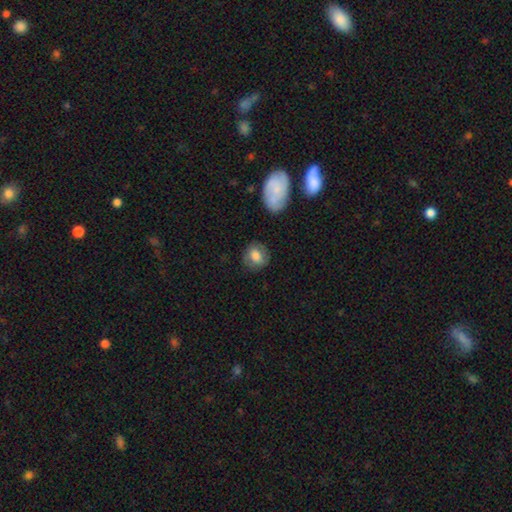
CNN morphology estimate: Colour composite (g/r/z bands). It shows a smooth galaxy with no disk features (76%) that is round (70%). Merging: none (79%).